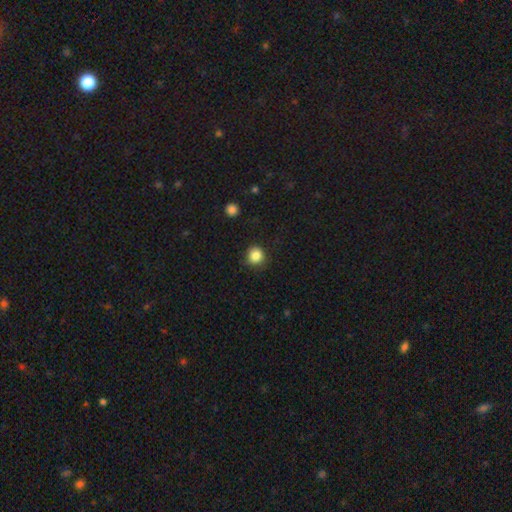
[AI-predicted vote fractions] smooth 85%, star or artifact 11%, featured or disk 4%. Down the decision tree: how rounded — round (91%); merging — none (86%).